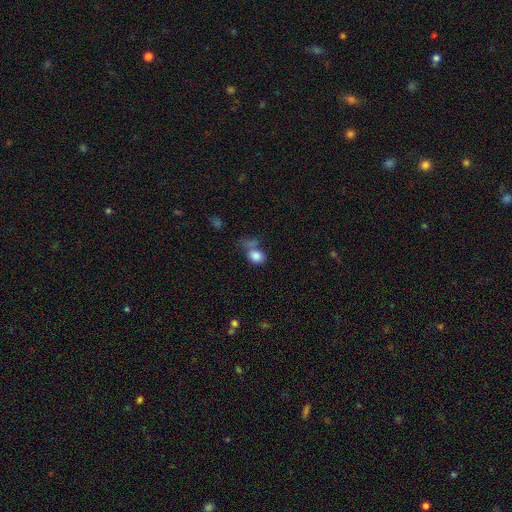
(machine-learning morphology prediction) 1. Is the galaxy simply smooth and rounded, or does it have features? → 83% smooth, 10% star or artifact, 8% featured or disk.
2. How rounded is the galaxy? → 59% in between, 39% round, 2% cigar-shaped.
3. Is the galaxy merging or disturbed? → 45% none, 23% merger, 19% minor disturbance, 13% major disturbance.